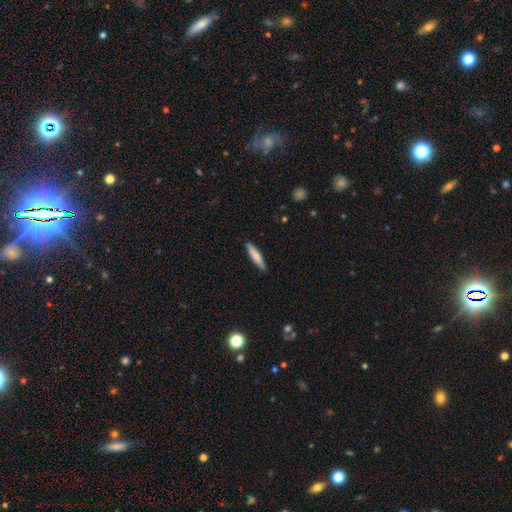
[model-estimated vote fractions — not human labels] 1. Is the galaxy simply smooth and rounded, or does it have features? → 73% smooth, 22% featured or disk, 5% star or artifact.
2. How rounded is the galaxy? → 85% cigar-shaped, 13% in between, 1% round.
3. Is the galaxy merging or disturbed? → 87% none, 10% minor disturbance, 2% major disturbance, 1% merger.